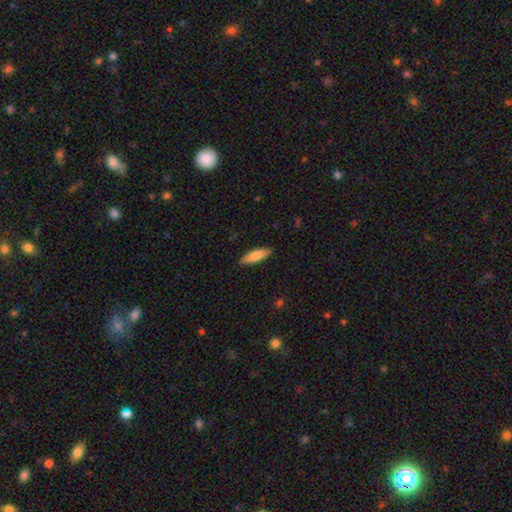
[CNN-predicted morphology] smooth-or-featured: smooth: 75% | featured or disk: 19% | star or artifact: 6%
  how-rounded: cigar-shaped: 62% | in between: 36% | round: 2%
  merging: none: 89% | minor disturbance: 8% | major disturbance: 2% | merger: 1%